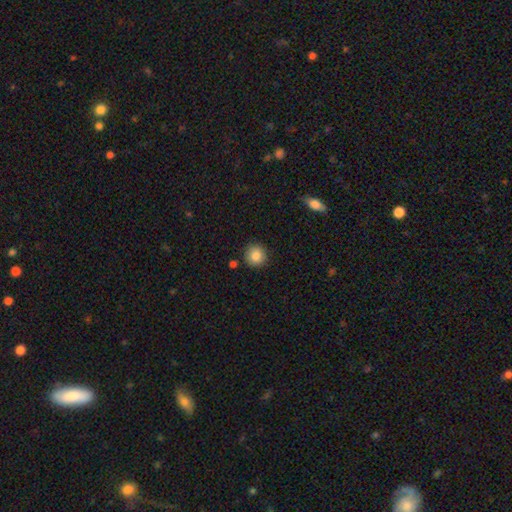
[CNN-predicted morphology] Smooth or featured? smooth (85%)
How rounded? round (93%)
Merging? none (88%)